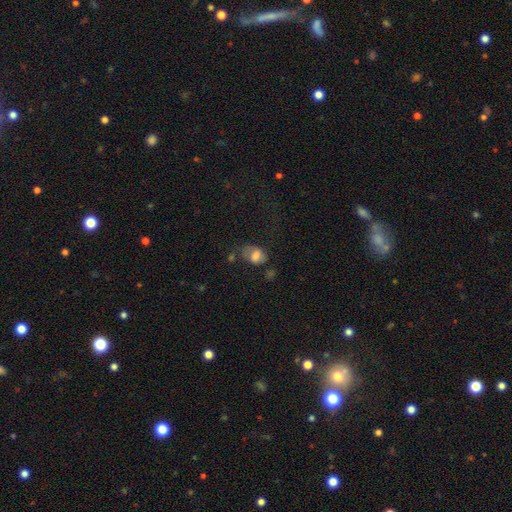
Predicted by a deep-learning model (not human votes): smooth 63%, featured or disk 26%, star or artifact 11%. Down the decision tree: how rounded — in between (78%); merging — none (39%).